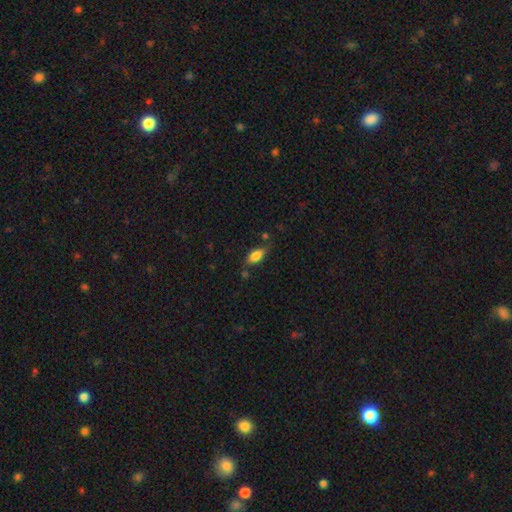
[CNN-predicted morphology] This appears to be a smooth galaxy with no disk features (82%) that is in between round and cigar-shaped (87%). Merging: none (67%).